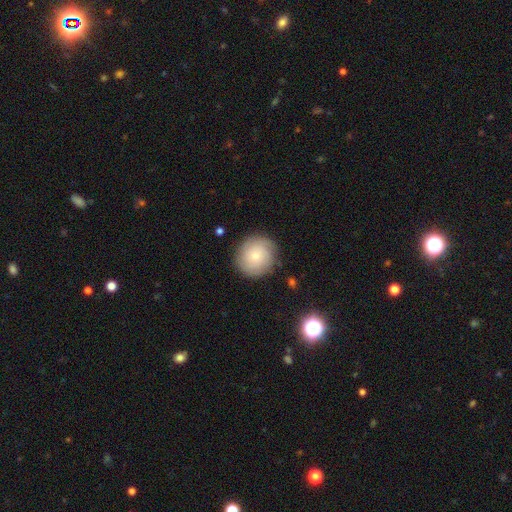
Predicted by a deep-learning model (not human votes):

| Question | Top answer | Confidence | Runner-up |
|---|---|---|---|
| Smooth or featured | featured or disk | 47% | smooth (45%) |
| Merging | none | 84% | minor disturbance (11%) |